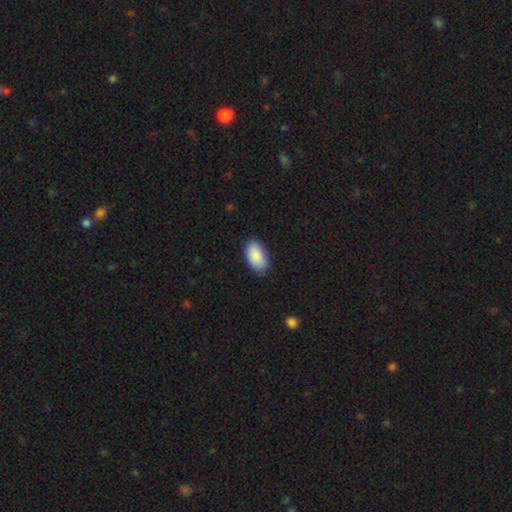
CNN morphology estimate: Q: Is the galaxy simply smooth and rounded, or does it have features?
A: smooth — 90%.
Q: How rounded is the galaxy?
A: in between — 95%.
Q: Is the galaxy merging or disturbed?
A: none — 85%.